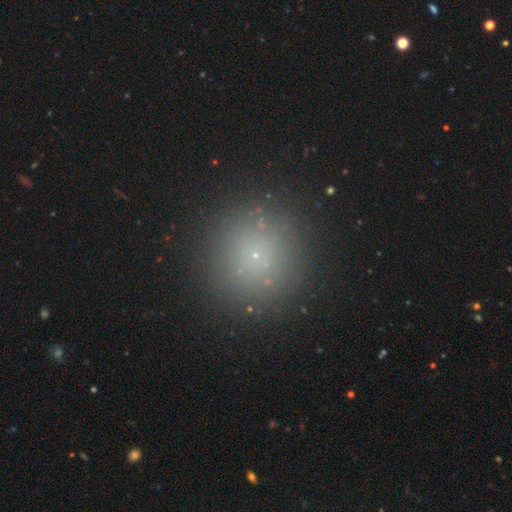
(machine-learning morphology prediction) Smooth or featured: smooth — 66% (star or artifact — 23%)
How rounded: round — 96% (in between — 4%)
Merging: none — 89% (minor disturbance — 6%)